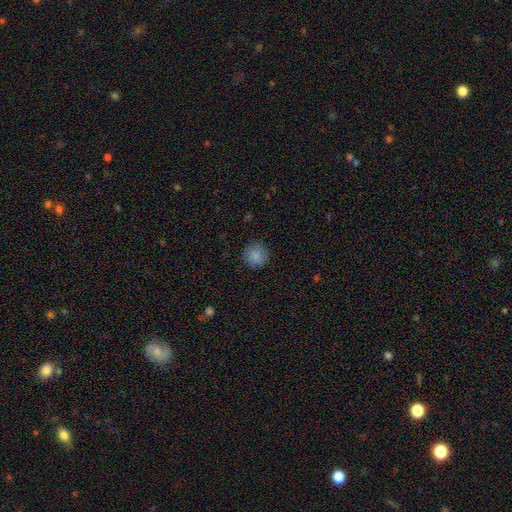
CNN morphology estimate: Smooth or featured? smooth (86%)
How rounded? round (93%)
Merging? none (88%)